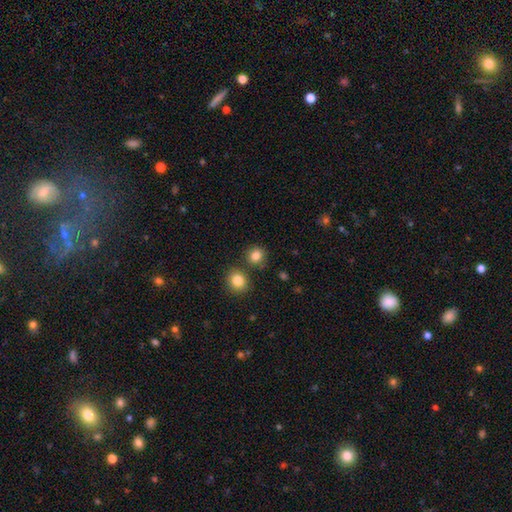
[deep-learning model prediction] This is clearly a smooth galaxy (84%). How rounded: clearly round (86%). Merging: likely none (76%).